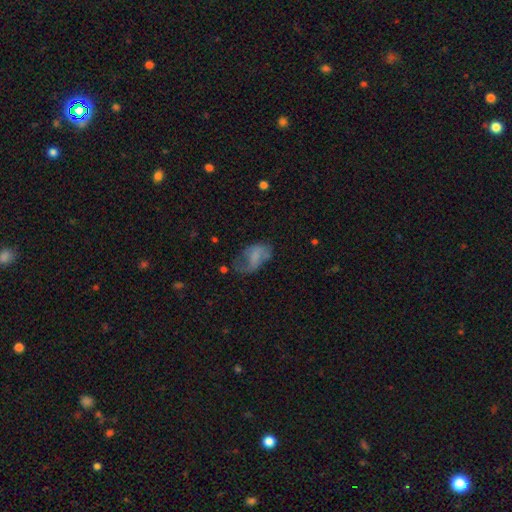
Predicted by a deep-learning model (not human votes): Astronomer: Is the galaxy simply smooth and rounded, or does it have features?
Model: smooth — 54% (runner-up: featured or disk, 35%).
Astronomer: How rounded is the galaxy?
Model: in between — 89%.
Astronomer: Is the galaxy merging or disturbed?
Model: major disturbance — 36% (runner-up: none, 32%).